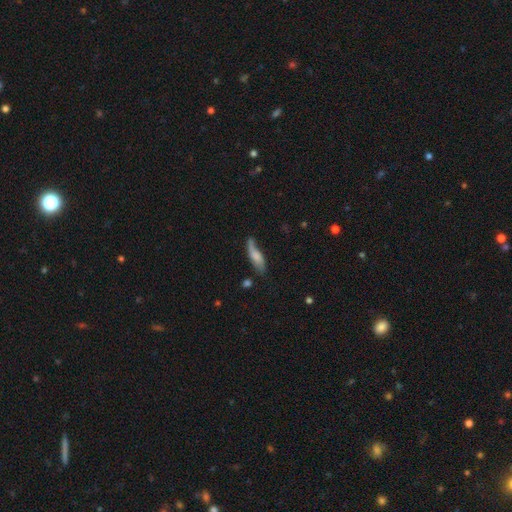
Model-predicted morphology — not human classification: Smooth or featured? smooth (61%)
How rounded? cigar-shaped (56%)
Merging? none (51%)